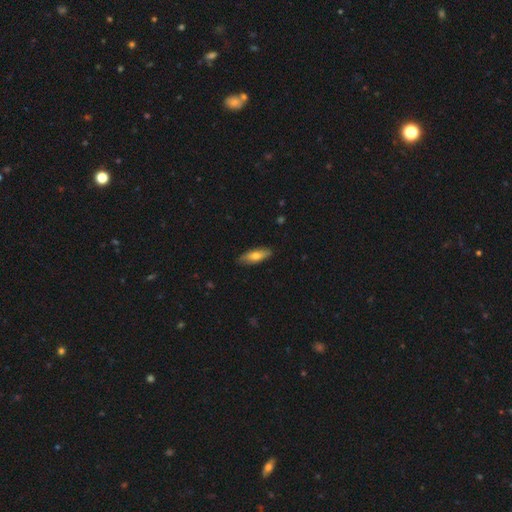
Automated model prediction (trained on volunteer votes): smooth_or_featured: smooth (p=0.65) [alt: featured or disk p=0.29]
how_rounded: in between (p=0.60) [alt: cigar-shaped p=0.38]
merging: none (p=0.84) [alt: minor disturbance p=0.13]